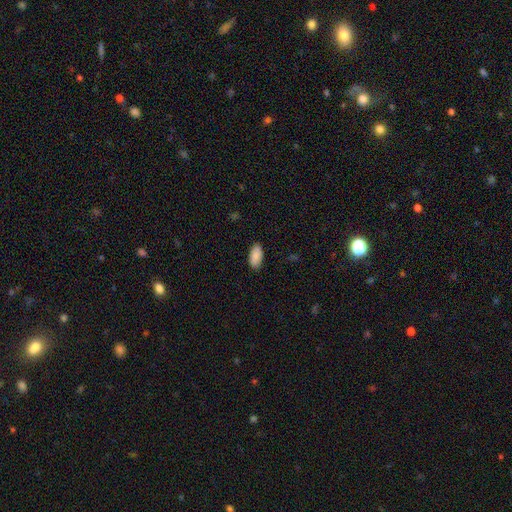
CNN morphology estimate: This is clearly a smooth galaxy (90%). How rounded: clearly in between (93%). Merging: clearly none (88%).